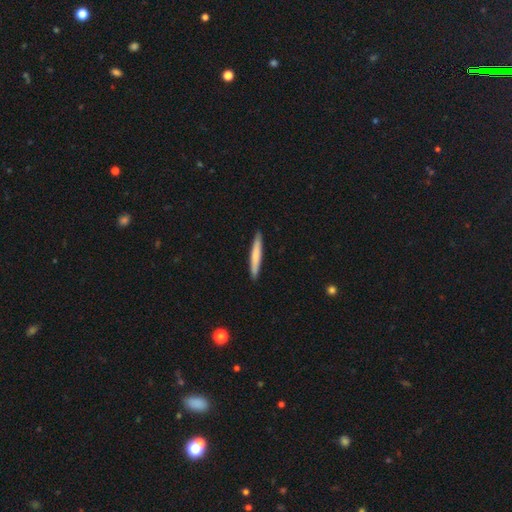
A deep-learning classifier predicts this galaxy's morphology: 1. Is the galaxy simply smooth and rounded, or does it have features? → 70% smooth, 25% featured or disk, 5% star or artifact.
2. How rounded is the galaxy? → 95% cigar-shaped, 3% in between, 1% round.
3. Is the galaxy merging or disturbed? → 91% none, 7% minor disturbance, 1% major disturbance, 1% merger.